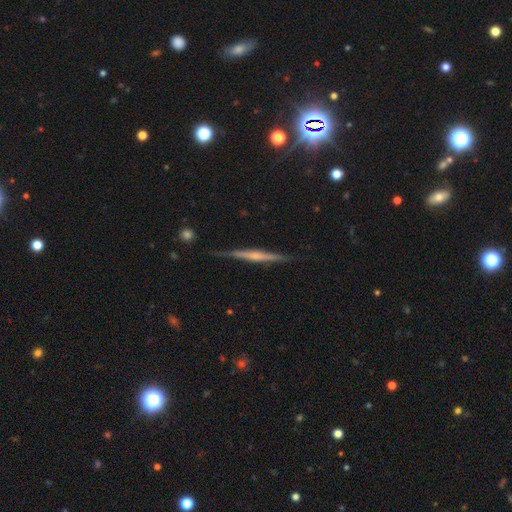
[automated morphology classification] This appears to be a featured or disk galaxy (73%) viewed edge-on (98%) with a rounded central bulge (55%). Merging: none (86%).